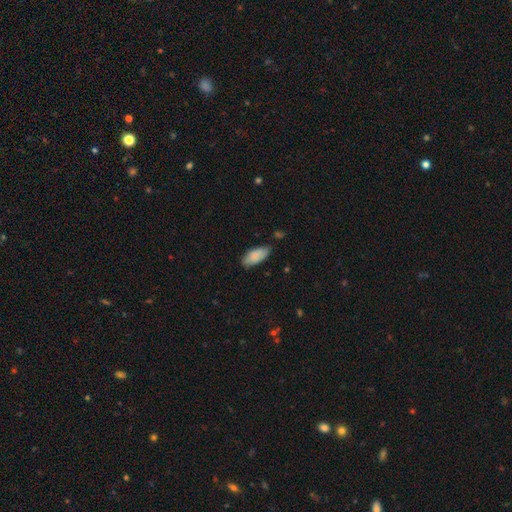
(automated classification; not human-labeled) Smooth or featured: smooth — 81% (featured or disk — 13%)
How rounded: in between — 87% (cigar-shaped — 12%)
Merging: none — 70% (minor disturbance — 24%)